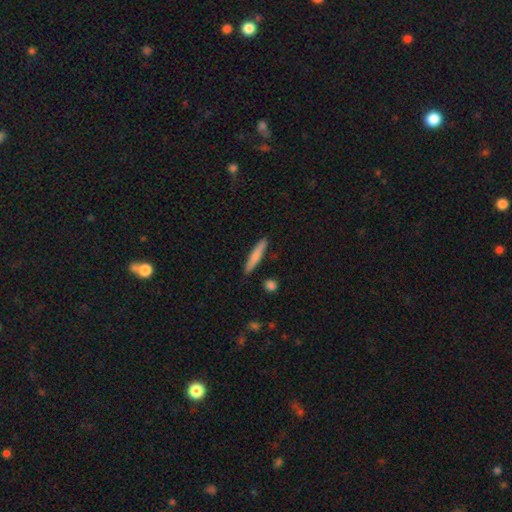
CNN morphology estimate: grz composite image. It shows a smooth galaxy with no disk features (75%) that is cigar-shaped (92%). Merging: none (87%).